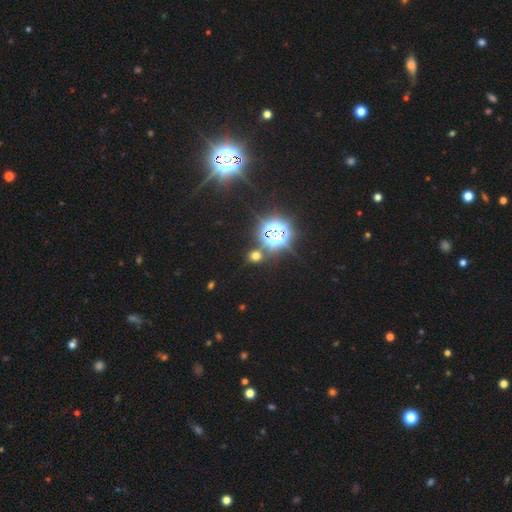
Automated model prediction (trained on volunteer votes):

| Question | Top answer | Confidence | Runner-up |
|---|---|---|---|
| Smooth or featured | smooth | 48% | star or artifact (45%) |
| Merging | none | 81% | minor disturbance (8%) |